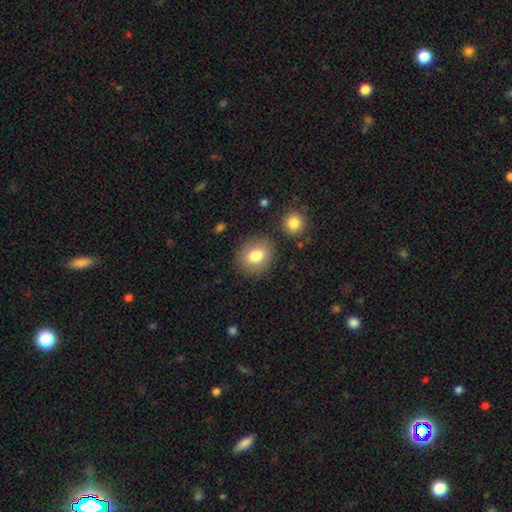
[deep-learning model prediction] A smooth galaxy with no disk features (79%) that is round (72%).

Vote fractions:
- Smooth or featured? smooth: 79% / featured or disk: 12% / star or artifact: 9%
- How rounded? round: 72% / in between: 28% / cigar-shaped: 1%
- Merging? none: 83% / minor disturbance: 9% / merger: 4% / major disturbance: 3%